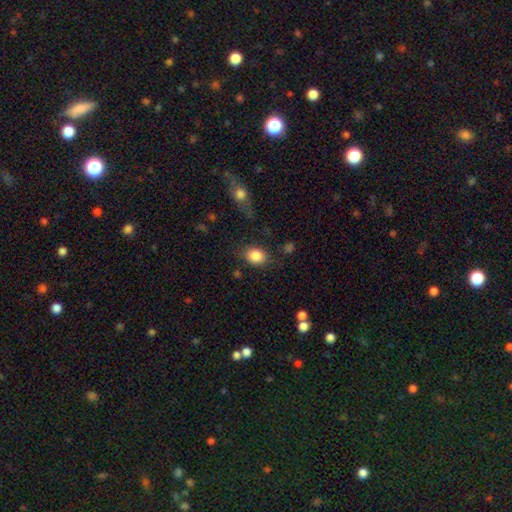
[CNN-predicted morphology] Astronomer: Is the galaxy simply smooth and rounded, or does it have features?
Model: smooth — 85%.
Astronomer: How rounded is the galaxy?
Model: in between — 53% (runner-up: round, 45%).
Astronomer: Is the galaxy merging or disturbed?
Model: none — 73%.